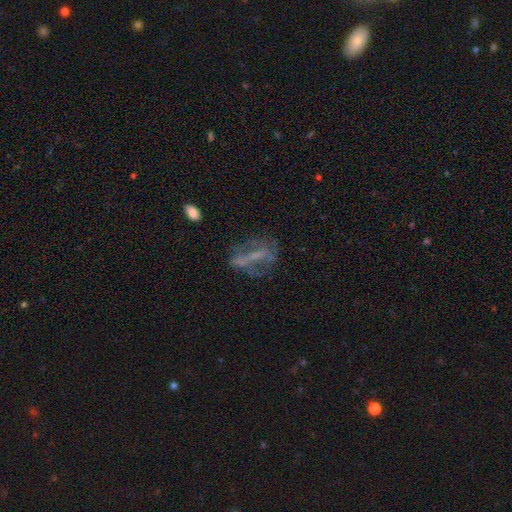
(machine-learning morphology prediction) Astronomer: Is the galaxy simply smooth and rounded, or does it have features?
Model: featured or disk — 61%.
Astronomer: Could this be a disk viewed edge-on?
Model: no — 83%.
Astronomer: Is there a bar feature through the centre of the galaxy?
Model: strong — 43% (runner-up: no, 30%).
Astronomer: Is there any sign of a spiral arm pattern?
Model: no — 63%.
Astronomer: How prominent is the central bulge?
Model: none — 44% (runner-up: small, 38%).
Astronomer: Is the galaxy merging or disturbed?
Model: none — 53%.